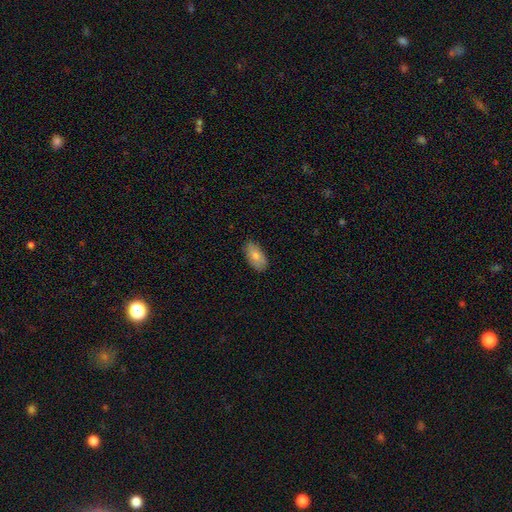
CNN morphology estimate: Smooth or featured? smooth (79%)
How rounded? in between (93%)
Merging? none (84%)